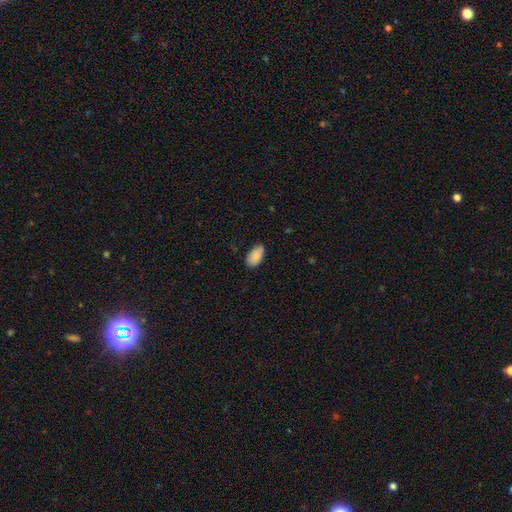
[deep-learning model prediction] Overall: smooth (89%). How rounded: in between (95%). Merging: none (74%).